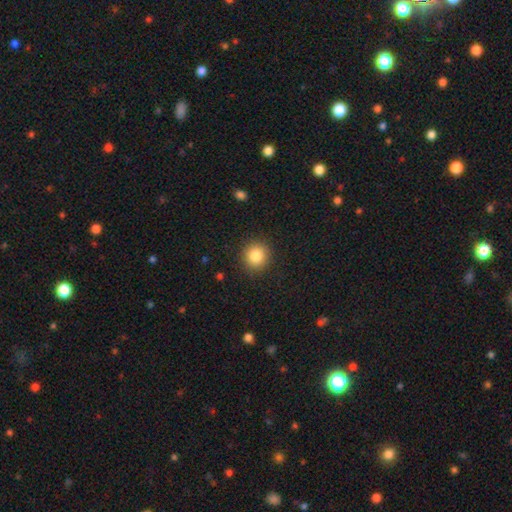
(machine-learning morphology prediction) Smooth or featured? Predicted: smooth (p=0.85). How rounded? Predicted: round (p=0.88). Merging? Predicted: none (p=0.89).